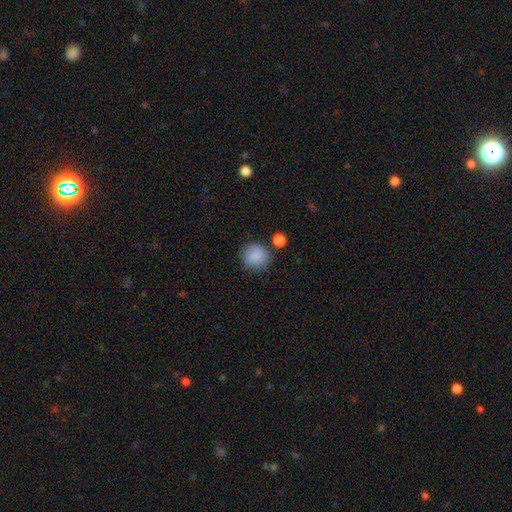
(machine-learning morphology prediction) Smooth or featured?
  - smooth: 87% *
  - star or artifact: 8%
  - featured or disk: 5%
How rounded?
  - round: 88% *
  - in between: 11%
  - cigar-shaped: 1%
Merging?
  - none: 76% *
  - minor disturbance: 14%
  - merger: 6%
  - major disturbance: 4%